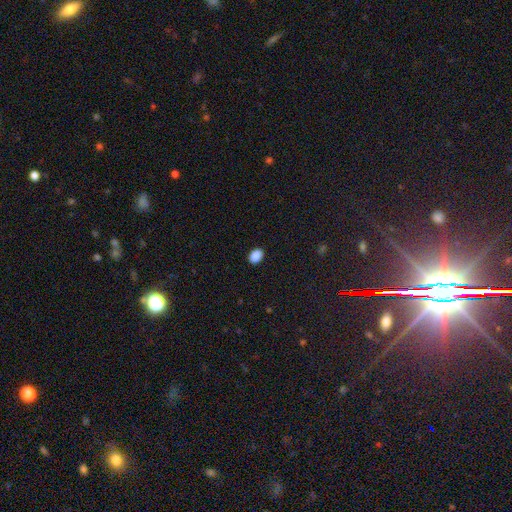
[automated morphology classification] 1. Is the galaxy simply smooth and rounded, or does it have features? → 89% smooth, 9% star or artifact, 3% featured or disk.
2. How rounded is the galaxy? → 73% in between, 26% round, 1% cigar-shaped.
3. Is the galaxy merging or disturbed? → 89% none, 8% minor disturbance, 2% major disturbance, 1% merger.